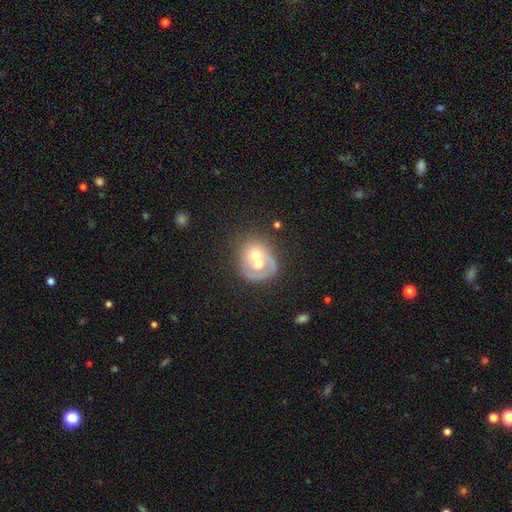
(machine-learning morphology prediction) The model was most divided on "smooth or featured": featured or disk: 49%, smooth: 44%, star or artifact: 7%. More confident: merging — merger (65%).